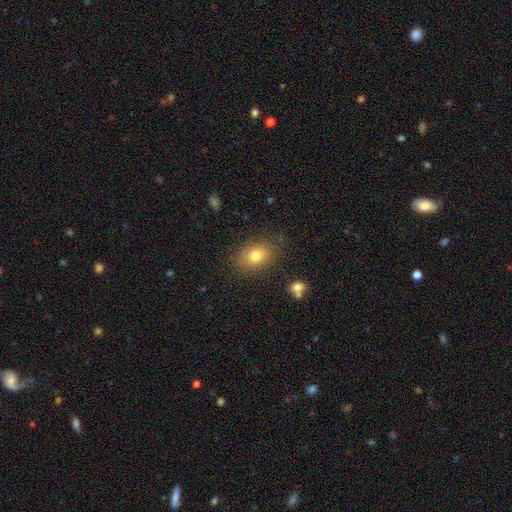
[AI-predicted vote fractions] A smooth galaxy with no disk features (76%) that is in between round and cigar-shaped (72%). Merging: none (82%).